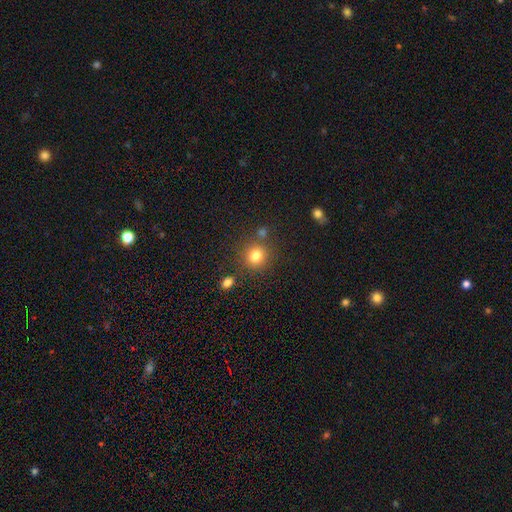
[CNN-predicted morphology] Smooth or featured?
  - smooth: 82% *
  - star or artifact: 12%
  - featured or disk: 6%
How rounded?
  - round: 87% *
  - in between: 13%
  - cigar-shaped: 1%
Merging?
  - none: 76% *
  - merger: 10%
  - minor disturbance: 10%
  - major disturbance: 4%